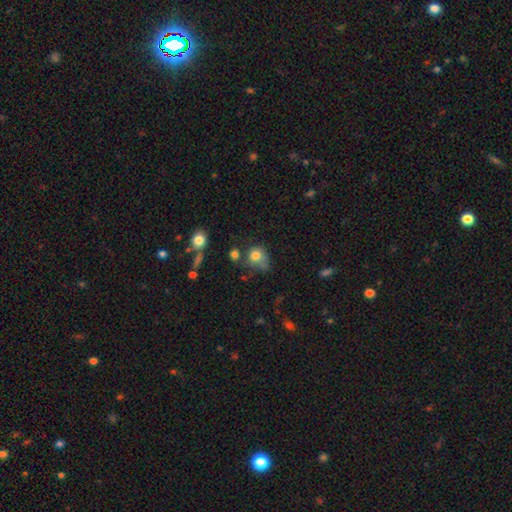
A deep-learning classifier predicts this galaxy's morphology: Smooth or featured? Predicted: smooth (p=0.78). How rounded? Predicted: round (p=0.63). Merging? Predicted: none (p=0.36).